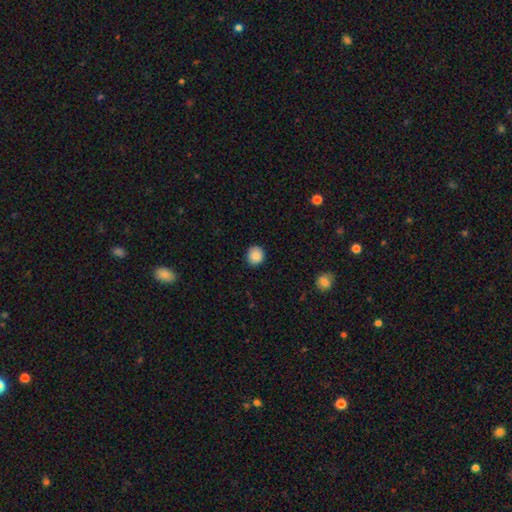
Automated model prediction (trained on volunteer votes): This appears to be a smooth galaxy with no disk features (88%) that is round (88%). Merging: none (90%).